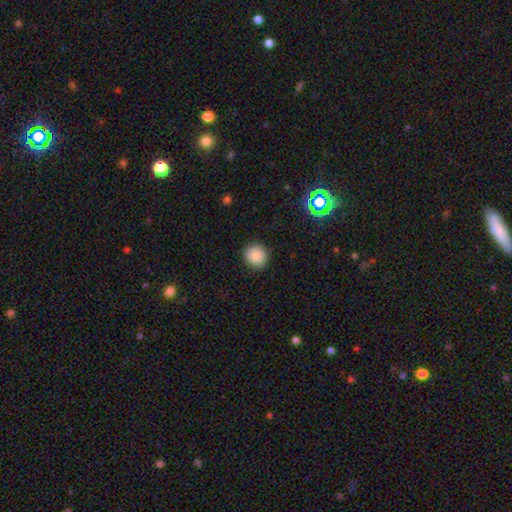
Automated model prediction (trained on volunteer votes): Smooth or featured? smooth (85%)
How rounded? round (89%)
Merging? none (91%)